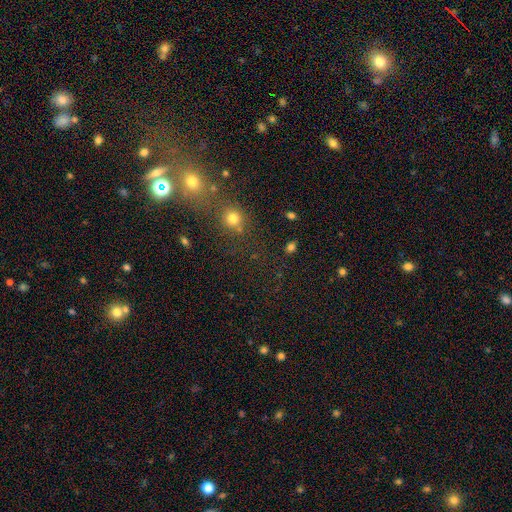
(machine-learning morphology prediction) Smooth or featured: star or artifact — 49% (smooth — 38%)